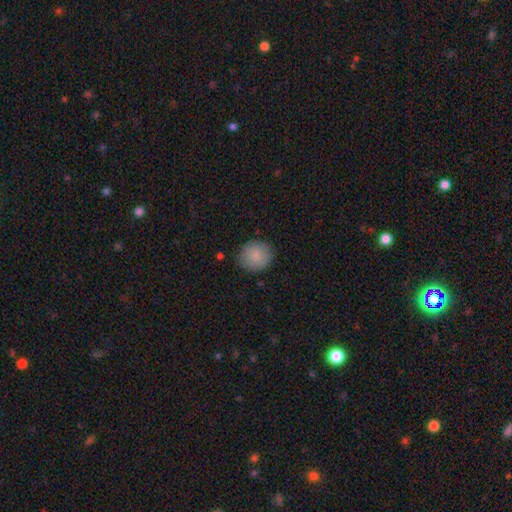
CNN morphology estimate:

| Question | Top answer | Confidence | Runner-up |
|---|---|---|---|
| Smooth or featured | smooth | 86% | star or artifact (7%) |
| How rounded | round | 84% | in between (15%) |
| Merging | none | 84% | minor disturbance (12%) |